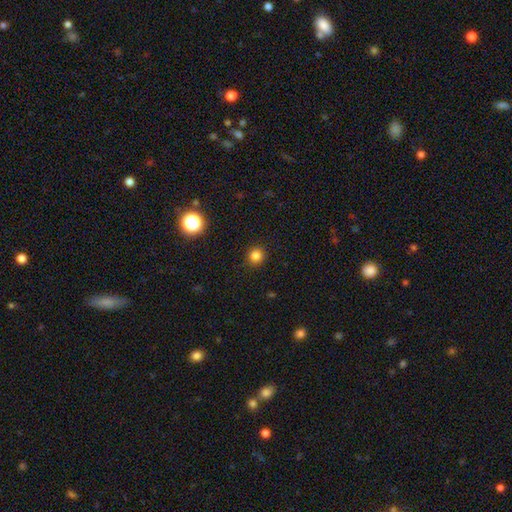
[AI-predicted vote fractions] smooth 82%, star or artifact 14%, featured or disk 5%. Down the decision tree: how rounded — round (91%); merging — none (91%).